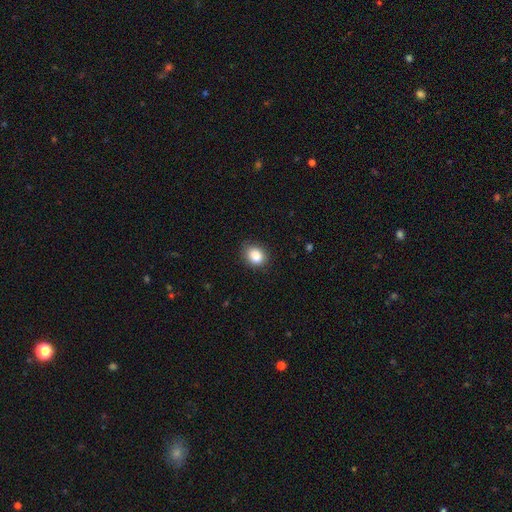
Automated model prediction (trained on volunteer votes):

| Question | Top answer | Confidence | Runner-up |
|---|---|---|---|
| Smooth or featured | smooth | 86% | star or artifact (9%) |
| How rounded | round | 54% | in between (45%) |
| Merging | none | 85% | minor disturbance (12%) |